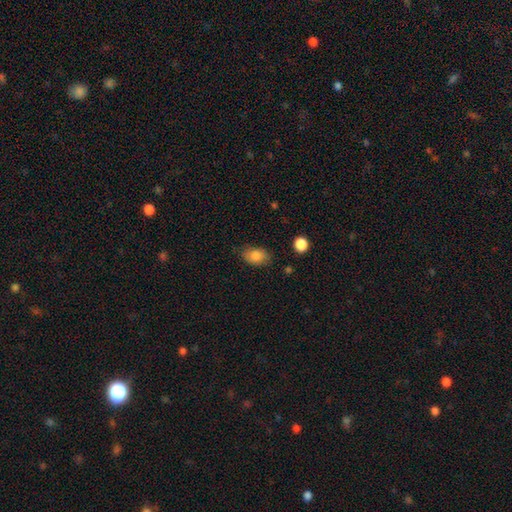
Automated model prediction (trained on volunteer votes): This appears to be a smooth galaxy with no disk features (84%) that is in between round and cigar-shaped (83%). Merging: none (77%).